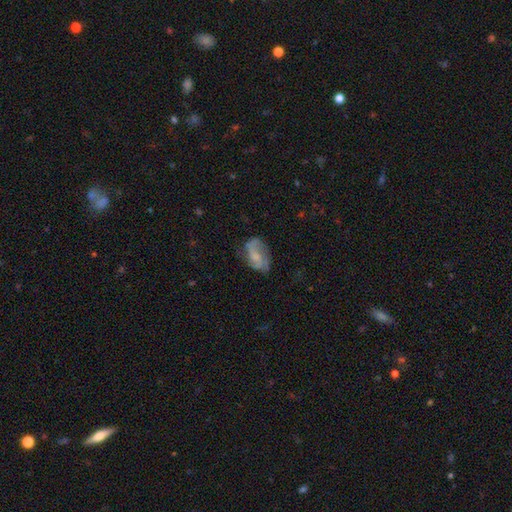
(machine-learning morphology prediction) This appears to be a featured or disk galaxy (56%) with no bar (57%), spiral arms (80%) and no central bulge (31%, tied with small). Merging: none (56%).